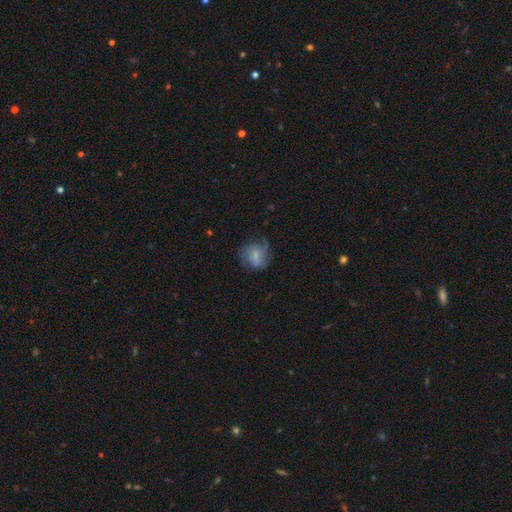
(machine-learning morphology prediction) type=featured or disk (48%); merging=none (49%).